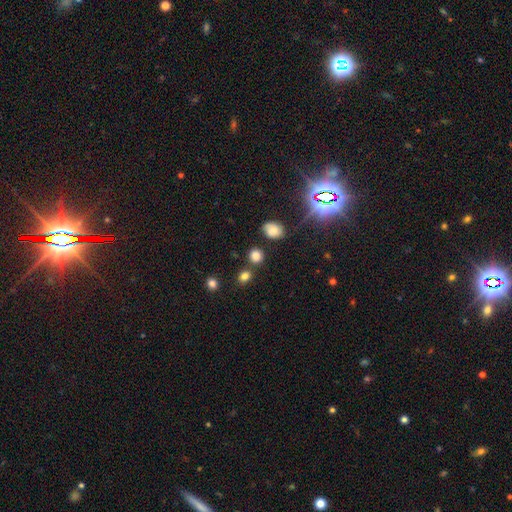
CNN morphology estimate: Overall: smooth (79%). How rounded: round (78%). Merging: none (75%).